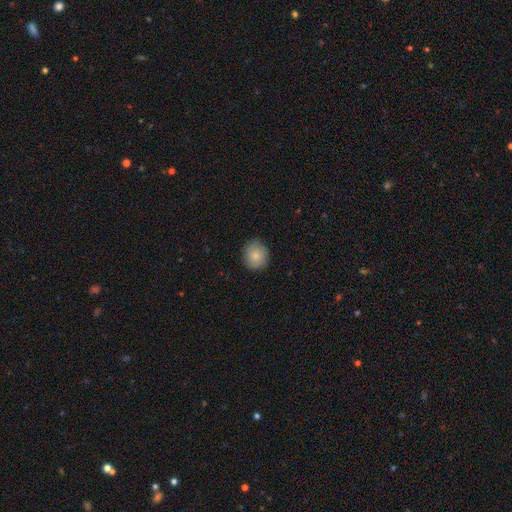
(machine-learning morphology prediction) smooth-or-featured: smooth: 84% | featured or disk: 8% | star or artifact: 8%
  how-rounded: round: 79% | in between: 20% | cigar-shaped: 1%
  merging: none: 87% | minor disturbance: 10% | major disturbance: 2% | merger: 1%